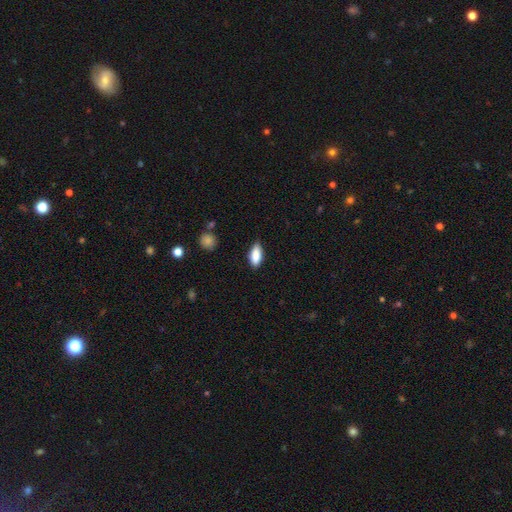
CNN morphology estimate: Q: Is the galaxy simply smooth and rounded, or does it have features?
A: smooth — 87%.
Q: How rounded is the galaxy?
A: in between — 84%.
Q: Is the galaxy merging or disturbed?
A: none — 82%.